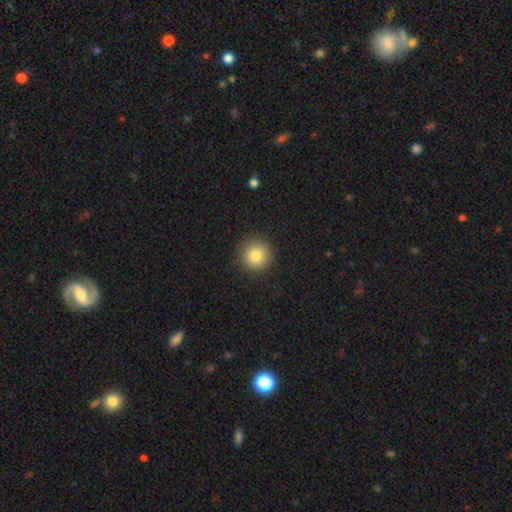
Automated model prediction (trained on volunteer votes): Smooth or featured? Predicted: smooth (p=0.82). How rounded? Predicted: round (p=0.95). Merging? Predicted: none (p=0.89).